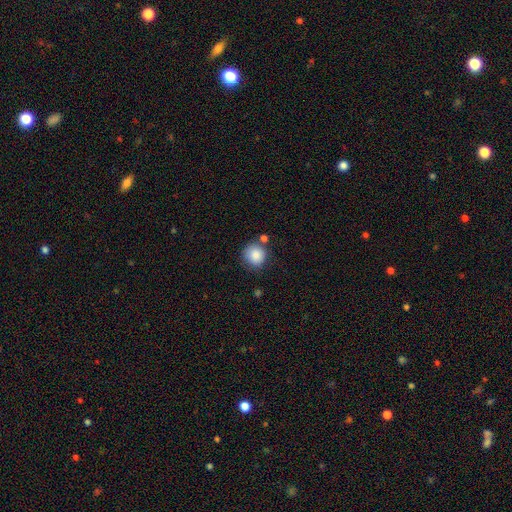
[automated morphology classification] This is clearly a smooth galaxy (87%). How rounded: clearly round (89%). Merging: likely none (72%).